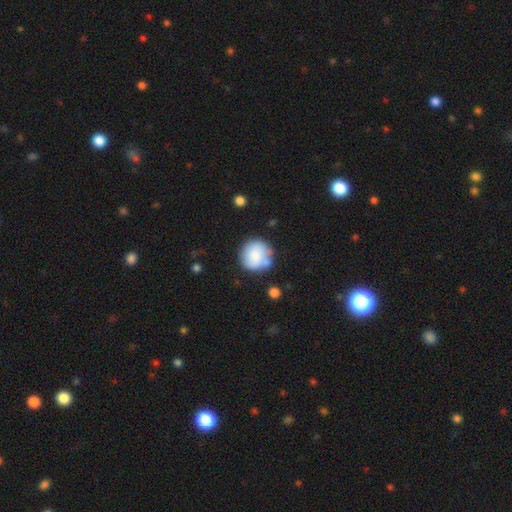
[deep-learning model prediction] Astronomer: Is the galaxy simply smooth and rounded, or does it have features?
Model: smooth — 76%.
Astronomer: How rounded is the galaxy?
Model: round — 92%.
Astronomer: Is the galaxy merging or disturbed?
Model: none — 68%.